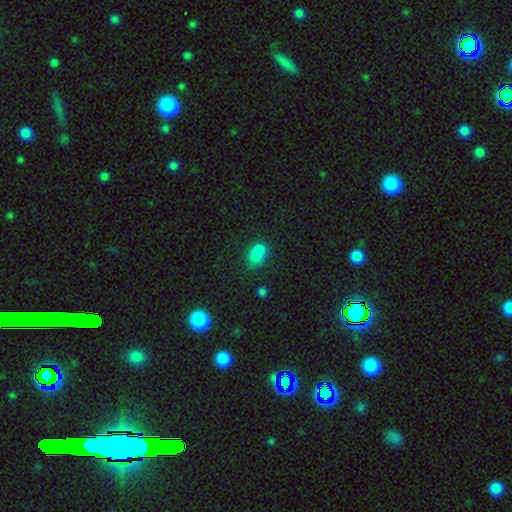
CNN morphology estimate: Overall: smooth (72%). How rounded: in between (68%; round 30%). Merging: merger (49%; none 28%).